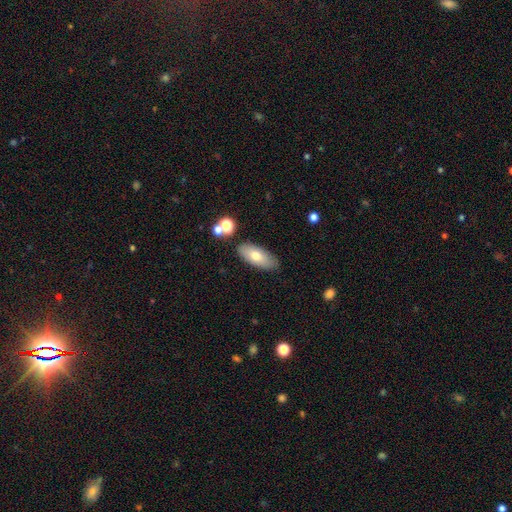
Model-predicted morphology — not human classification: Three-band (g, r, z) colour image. It shows a smooth galaxy with no disk features (71%) that is in between round and cigar-shaped (83%). Merging: none (83%).